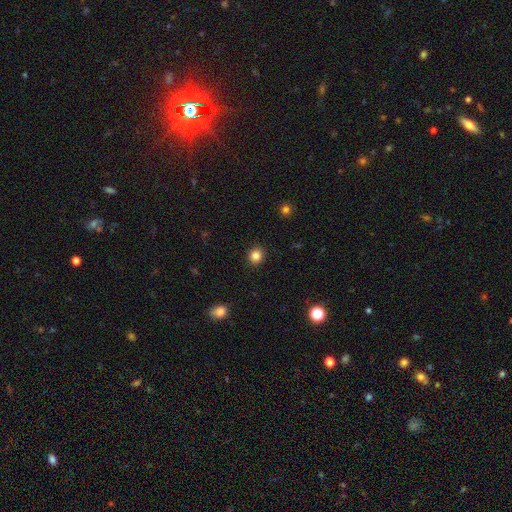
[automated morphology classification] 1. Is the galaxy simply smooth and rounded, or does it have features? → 85% smooth, 11% star or artifact, 4% featured or disk.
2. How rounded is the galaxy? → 87% round, 13% in between, 1% cigar-shaped.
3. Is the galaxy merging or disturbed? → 92% none, 5% minor disturbance, 2% major disturbance, 1% merger.